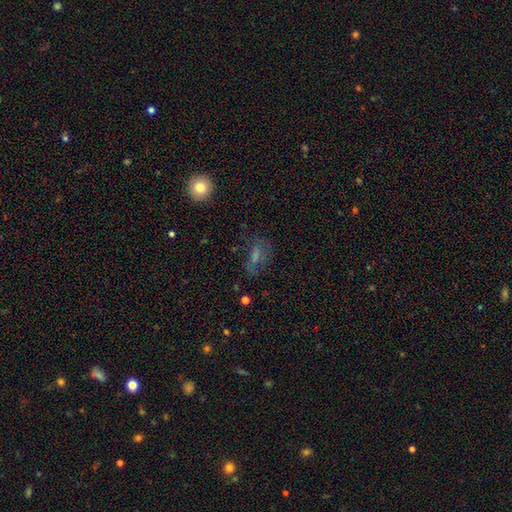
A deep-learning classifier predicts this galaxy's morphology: smooth-or-featured: smooth: 46% | featured or disk: 34% | star or artifact: 20%
  merging: none: 53% | major disturbance: 22% | minor disturbance: 21% | merger: 3%